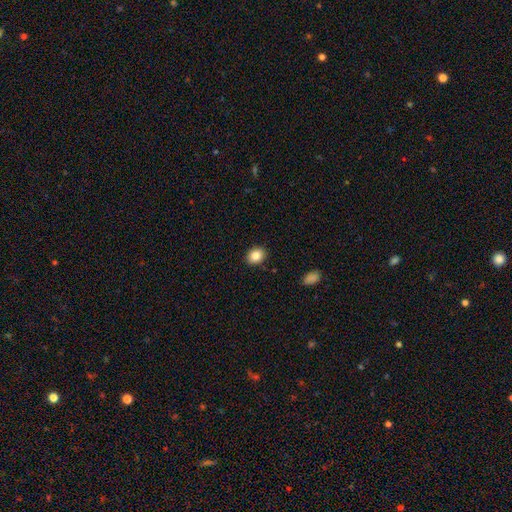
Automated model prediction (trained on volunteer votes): This appears to be a smooth galaxy with no disk features (85%) that is in between round and cigar-shaped (56%). Merging: none (89%).